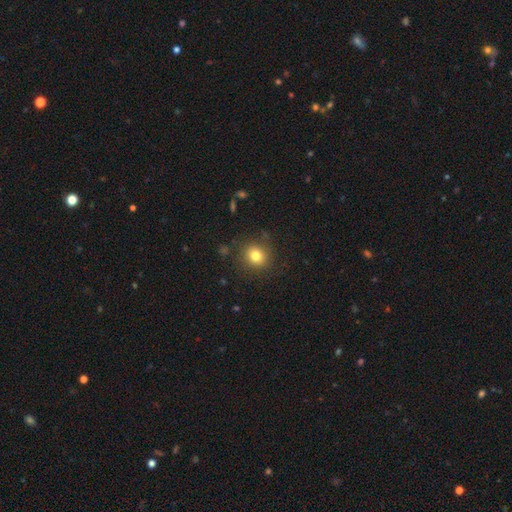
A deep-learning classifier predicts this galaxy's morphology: Smooth or featured? Predicted: smooth (p=0.80). How rounded? Predicted: round (p=0.84). Merging? Predicted: none (p=0.85).